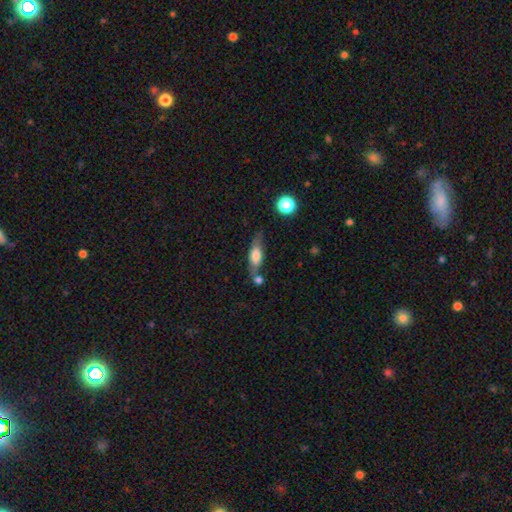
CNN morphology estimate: Overall: smooth (57%; featured or disk 35%). How rounded: in between (54%; cigar-shaped 42%). Merging: none (55%; minor disturbance 20%).